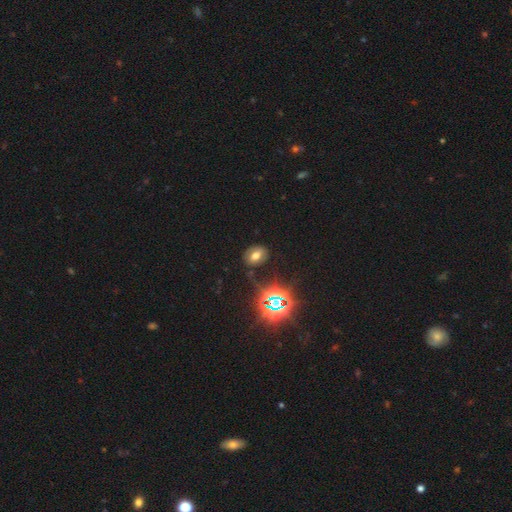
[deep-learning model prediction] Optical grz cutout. It shows a smooth galaxy with no disk features (48%). Merging: none (79%).